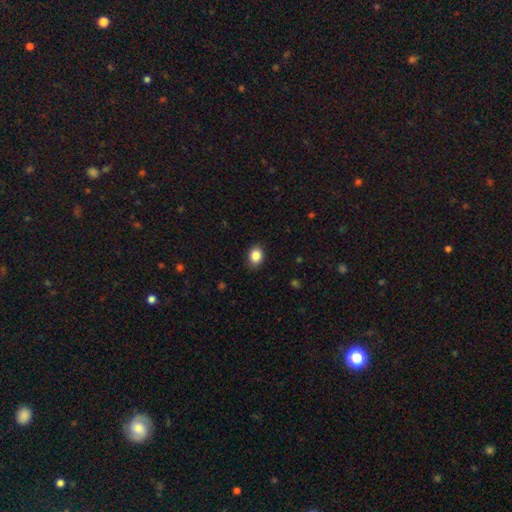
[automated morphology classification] Smooth or featured?
  - smooth: 86% *
  - star or artifact: 9%
  - featured or disk: 5%
How rounded?
  - in between: 61% *
  - round: 38%
  - cigar-shaped: 1%
Merging?
  - none: 87% *
  - minor disturbance: 10%
  - major disturbance: 2%
  - merger: 1%